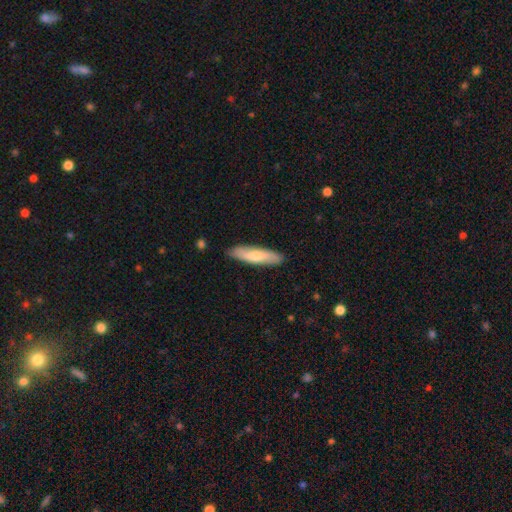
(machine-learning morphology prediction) smooth_or_featured: smooth (p=0.68) [alt: featured or disk p=0.27]
how_rounded: cigar-shaped (p=0.73) [alt: in between p=0.25]
merging: none (p=0.87) [alt: minor disturbance p=0.10]